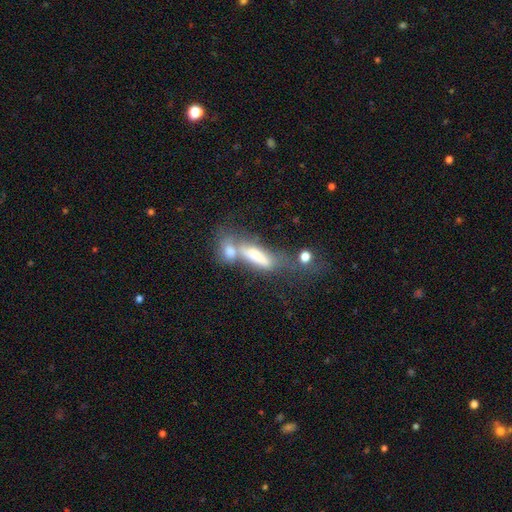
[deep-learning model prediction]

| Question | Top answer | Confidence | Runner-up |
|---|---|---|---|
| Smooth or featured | smooth | 64% | featured or disk (26%) |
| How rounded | in between | 53% | cigar-shaped (43%) |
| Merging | merger | 59% | none (19%) |